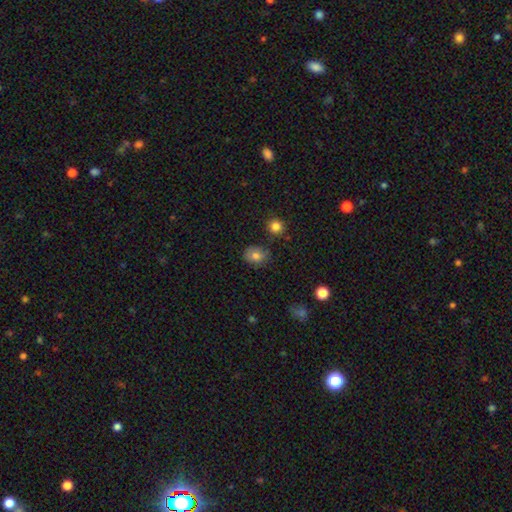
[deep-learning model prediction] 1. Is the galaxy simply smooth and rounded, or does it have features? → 79% smooth, 10% star or artifact, 10% featured or disk.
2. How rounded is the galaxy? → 57% round, 42% in between, 1% cigar-shaped.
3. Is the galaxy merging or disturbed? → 75% none, 18% minor disturbance, 4% major disturbance, 3% merger.